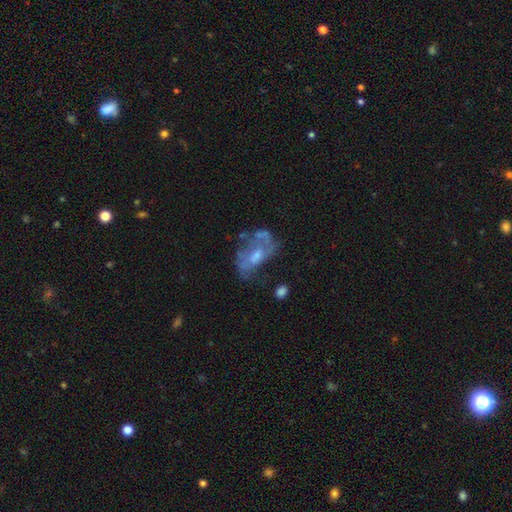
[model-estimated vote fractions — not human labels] A featured or disk galaxy (65%) with no bar (70%), no spiral arms (60%) and a moderate central bulge (46%).

Vote fractions:
- Smooth or featured? featured or disk: 65% / smooth: 23% / star or artifact: 12%
- Edge-on disk? no: 96% / yes: 4%
- Bar? no: 70% / weak: 24% / strong: 6%
- Spiral arms? no: 60% / yes: 40%
- Bulge size? moderate: 46% / small: 36% / none: 12% / large: 4% / dominant: 1%
- Merging? none: 40% / major disturbance: 28% / minor disturbance: 21% / merger: 10%